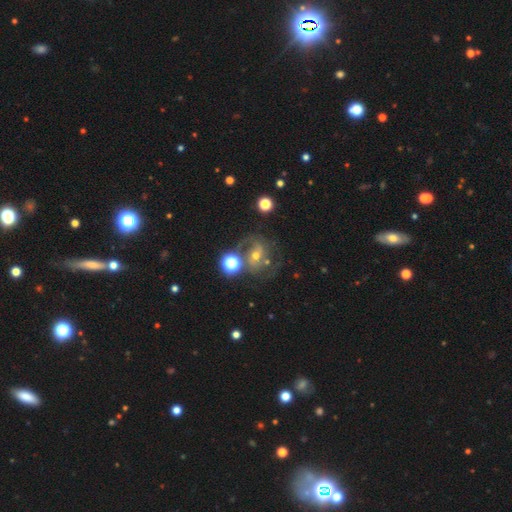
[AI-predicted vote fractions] featured or disk 71%, smooth 16%, star or artifact 14%. Down the decision tree: edge-on disk — no (97%); bar — weak (40%); spiral arms — yes (86%); spiral arm count — 2 (73%); spiral winding — medium (50%); bulge size — moderate (54%); merging — none (55%).